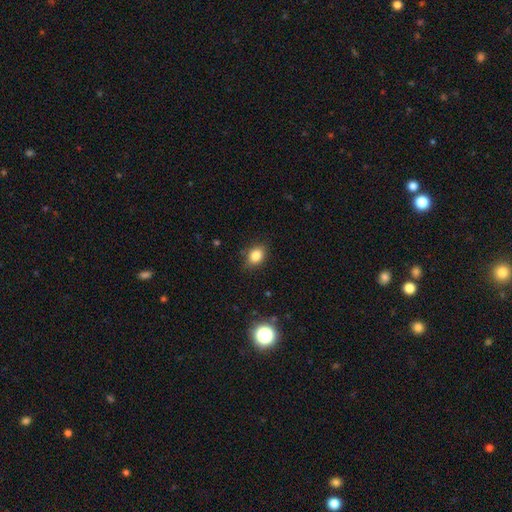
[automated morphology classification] smooth 83%, star or artifact 11%, featured or disk 6%. Down the decision tree: how rounded — in between (63%); merging — none (81%).